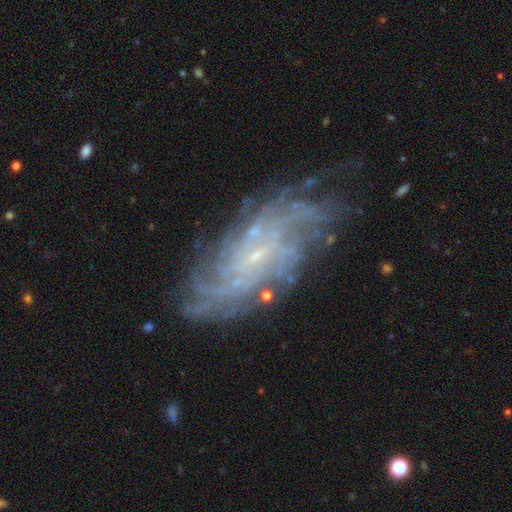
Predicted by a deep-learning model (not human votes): featured or disk 87%, star or artifact 7%, smooth 6%. Down the decision tree: edge-on disk — no (94%); bar — no (52%); spiral arms — yes (96%); spiral arm count — can't tell (32%); spiral winding — tight (66%); bulge size — small (84%); merging — none (75%).